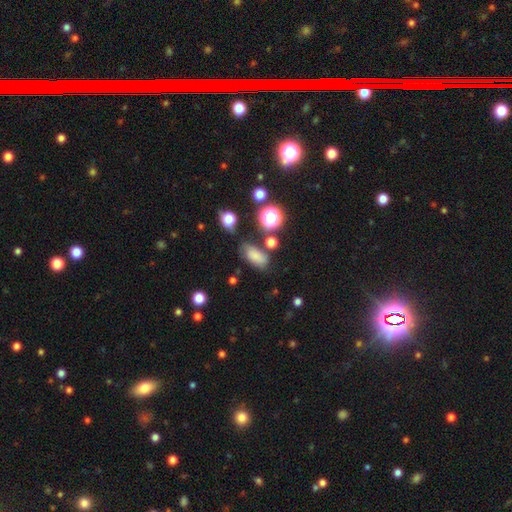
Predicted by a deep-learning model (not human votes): Smooth or featured?
  - smooth: 73% *
  - star or artifact: 16%
  - featured or disk: 11%
How rounded?
  - in between: 85% *
  - round: 10%
  - cigar-shaped: 5%
Merging?
  - none: 61% *
  - minor disturbance: 23%
  - major disturbance: 9%
  - merger: 8%